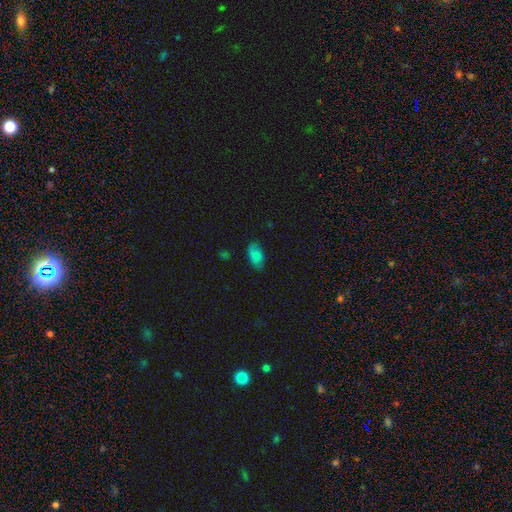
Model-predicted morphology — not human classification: smooth 85%, star or artifact 9%, featured or disk 6%. Down the decision tree: how rounded — in between (93%); merging — none (79%).